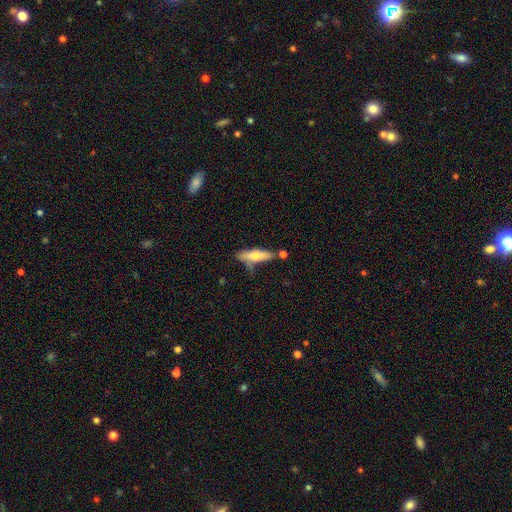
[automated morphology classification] smooth-or-featured: smooth: 65% | featured or disk: 29% | star or artifact: 6%
  how-rounded: cigar-shaped: 67% | in between: 31% | round: 2%
  merging: none: 56% | minor disturbance: 23% | merger: 13% | major disturbance: 8%